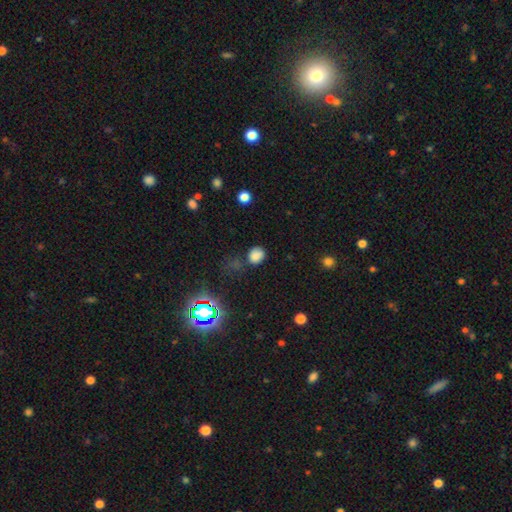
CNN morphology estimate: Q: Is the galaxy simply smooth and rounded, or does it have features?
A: smooth — 76%.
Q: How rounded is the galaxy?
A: round — 64%.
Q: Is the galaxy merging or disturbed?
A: none — 70%.